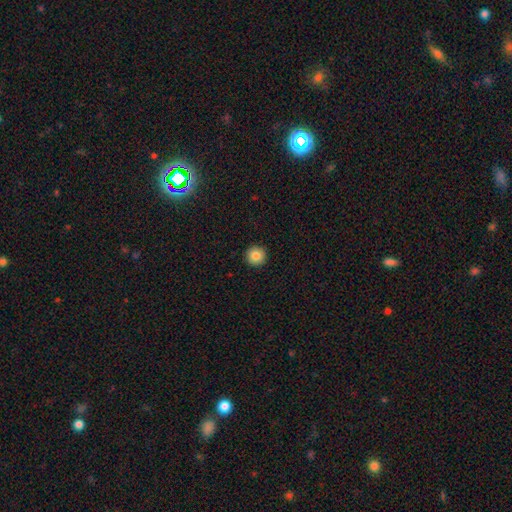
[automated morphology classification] type=smooth (85%); roundness=round (96%); merging=none (94%).